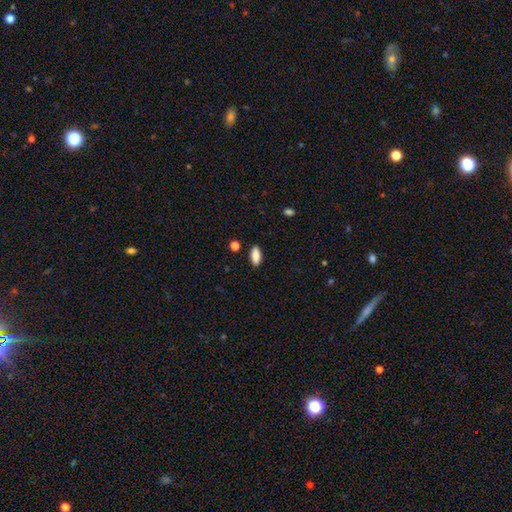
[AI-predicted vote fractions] A smooth galaxy with no disk features (86%) that is in between round and cigar-shaped (81%).

Vote fractions:
- Smooth or featured? smooth: 86% / star or artifact: 7% / featured or disk: 7%
- How rounded? in between: 81% / cigar-shaped: 16% / round: 2%
- Merging? none: 86% / minor disturbance: 10% / major disturbance: 2% / merger: 2%